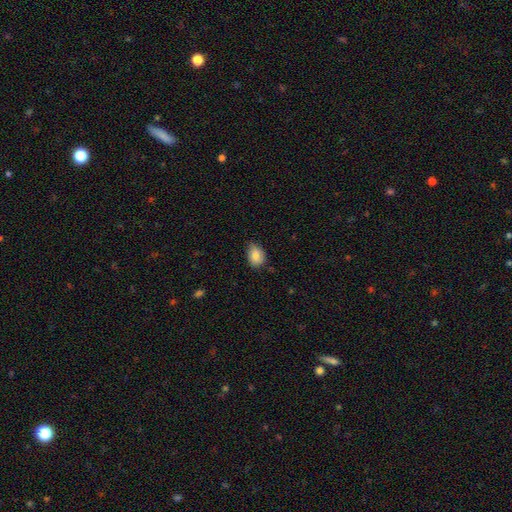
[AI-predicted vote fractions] smooth 84%, featured or disk 9%, star or artifact 8%. Down the decision tree: how rounded — in between (73%); merging — none (66%).